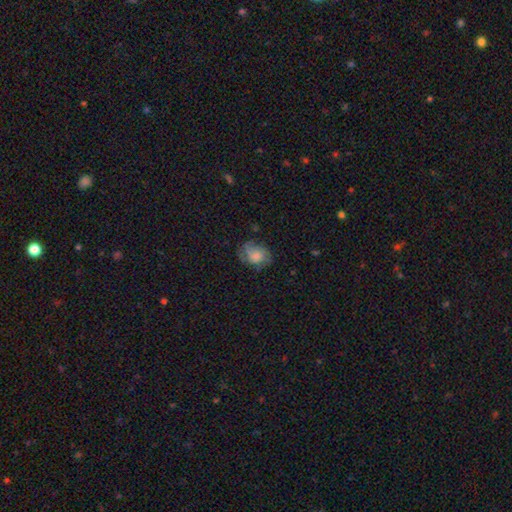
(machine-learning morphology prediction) type=smooth (54%); roundness=in between (64%); merging=none (57%).